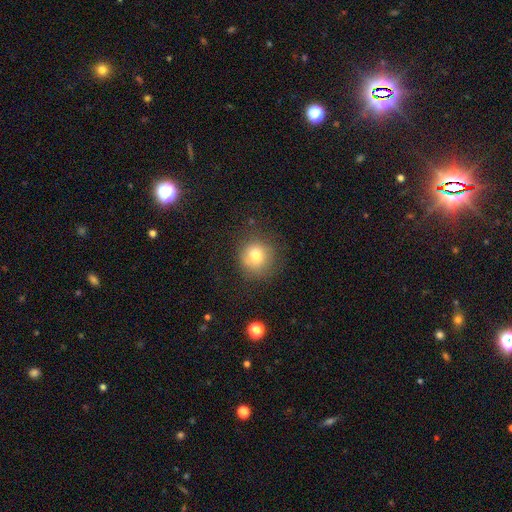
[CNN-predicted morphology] This is likely a smooth galaxy (75%). How rounded: clearly round (90%). Merging: likely none (76%).